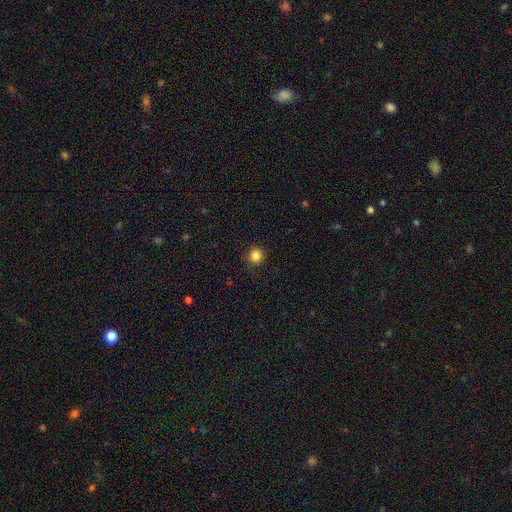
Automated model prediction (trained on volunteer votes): Smooth or featured? Predicted: smooth (p=0.84). How rounded? Predicted: round (p=0.92). Merging? Predicted: none (p=0.90).